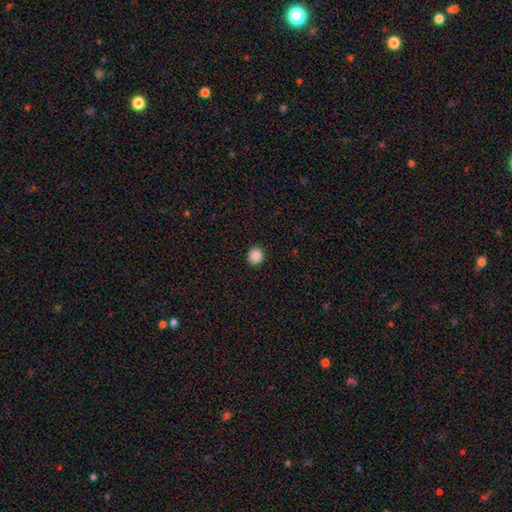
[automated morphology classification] This is clearly a smooth galaxy (88%). How rounded: clearly round (90%). Merging: clearly none (91%).